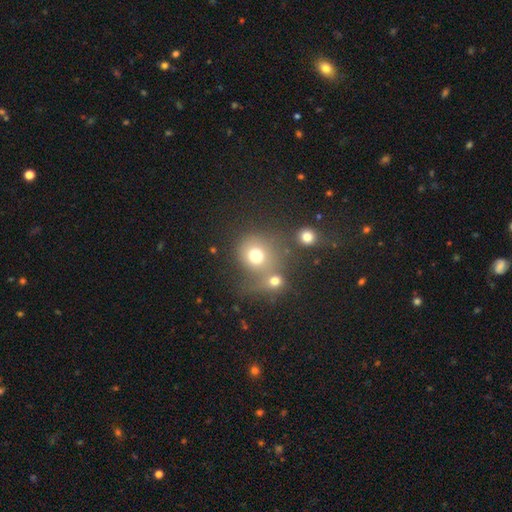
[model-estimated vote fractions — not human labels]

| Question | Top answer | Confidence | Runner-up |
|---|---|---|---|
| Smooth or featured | smooth | 73% | star or artifact (15%) |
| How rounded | round | 84% | in between (15%) |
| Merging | none | 44% | merger (37%) |